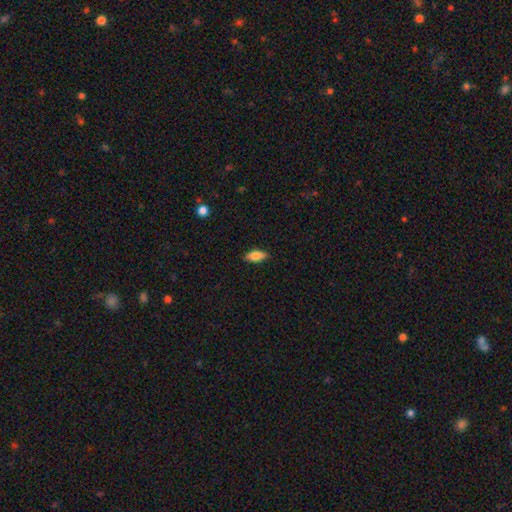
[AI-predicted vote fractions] A smooth galaxy with no disk features (74%) that is in between round and cigar-shaped (78%).

Vote fractions:
- Smooth or featured? smooth: 74% / featured or disk: 19% / star or artifact: 7%
- How rounded? in between: 78% / cigar-shaped: 19% / round: 3%
- Merging? none: 86% / minor disturbance: 11% / major disturbance: 2% / merger: 1%